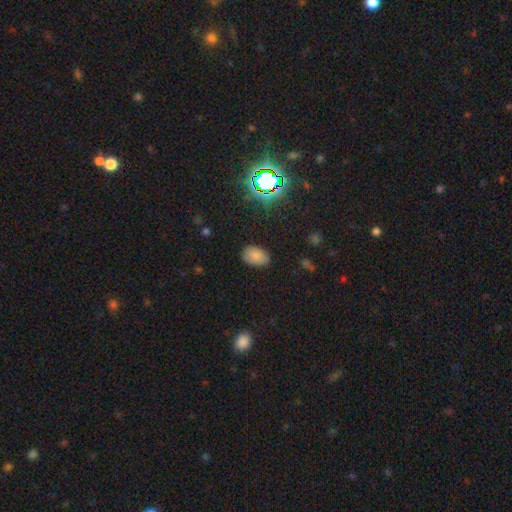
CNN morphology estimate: This appears to be a smooth galaxy with no disk features (78%) that is in between round and cigar-shaped (88%). Merging: none (81%).